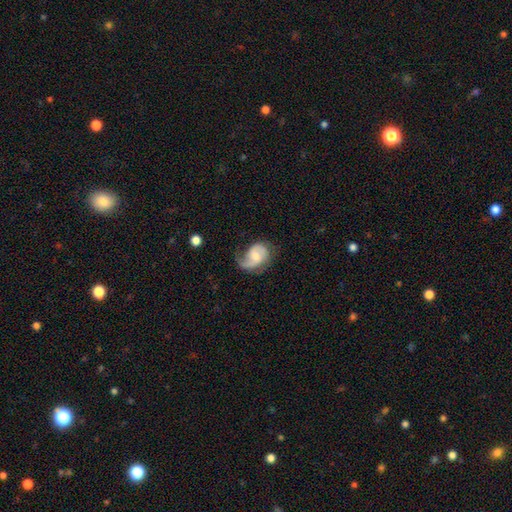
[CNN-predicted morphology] Q: Smooth or featured?
A: featured or disk (74%); runner-up: smooth (20%)
Q: Edge-on disk?
A: no (98%); runner-up: yes (2%)
Q: Bar?
A: no (50%); runner-up: weak (42%)
Q: Spiral arms?
A: yes (94%); runner-up: no (6%)
Q: Spiral winding?
A: medium (43%); runner-up: loose (38%)
Q: Spiral arm count?
A: 2 (53%); runner-up: 1 (39%)
Q: Bulge size?
A: moderate (47%); runner-up: small (37%)
Q: Merging?
A: none (47%); runner-up: minor disturbance (27%)